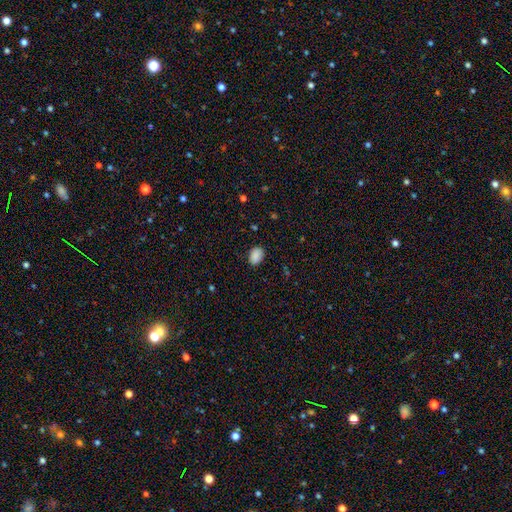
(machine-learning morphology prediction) Smooth or featured? smooth (89%)
How rounded? in between (80%)
Merging? none (86%)